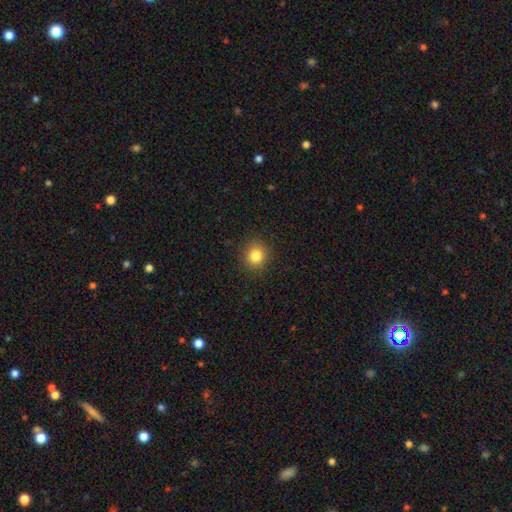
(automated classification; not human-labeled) This is clearly a smooth galaxy (83%). How rounded: clearly round (87%). Merging: clearly none (90%).